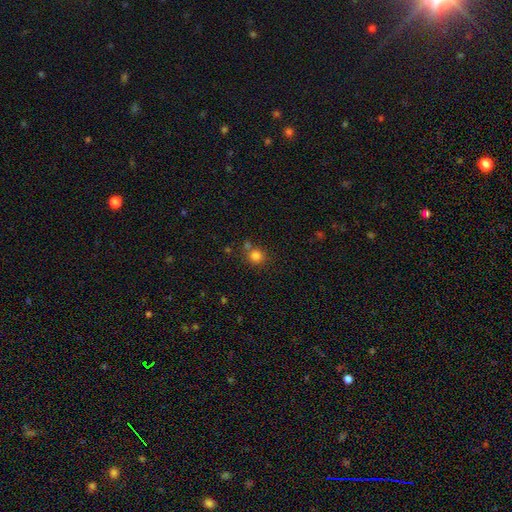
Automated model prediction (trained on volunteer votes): Smooth or featured?
  - smooth: 81% *
  - star or artifact: 13%
  - featured or disk: 6%
How rounded?
  - round: 89% *
  - in between: 10%
  - cigar-shaped: 1%
Merging?
  - none: 68% *
  - merger: 18%
  - minor disturbance: 10%
  - major disturbance: 4%